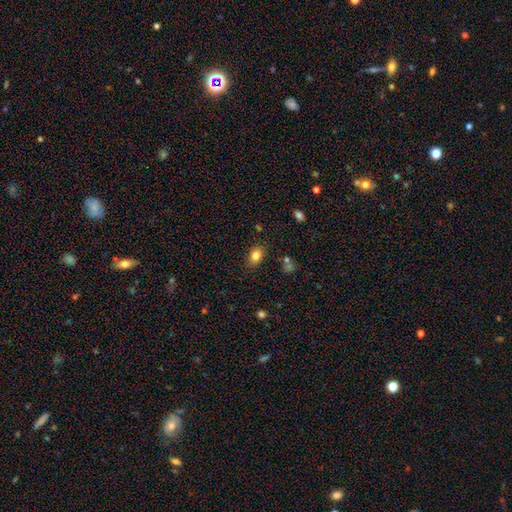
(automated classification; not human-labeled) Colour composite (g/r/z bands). It shows a smooth galaxy with no disk features (82%) that is in between round and cigar-shaped (79%). Merging: none (82%).